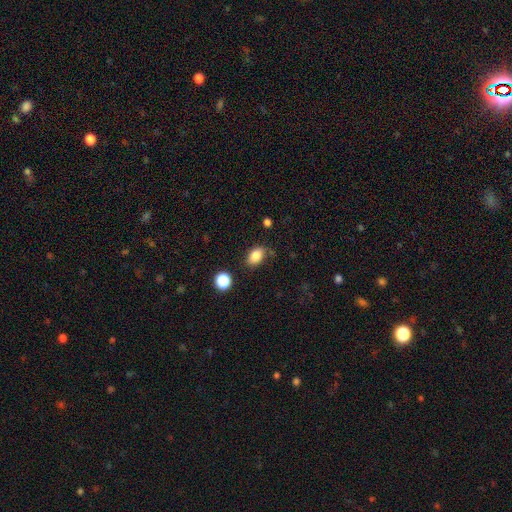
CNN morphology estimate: Smooth or featured: smooth — 85% (star or artifact — 10%)
How rounded: in between — 82% (round — 16%)
Merging: none — 75% (minor disturbance — 17%)